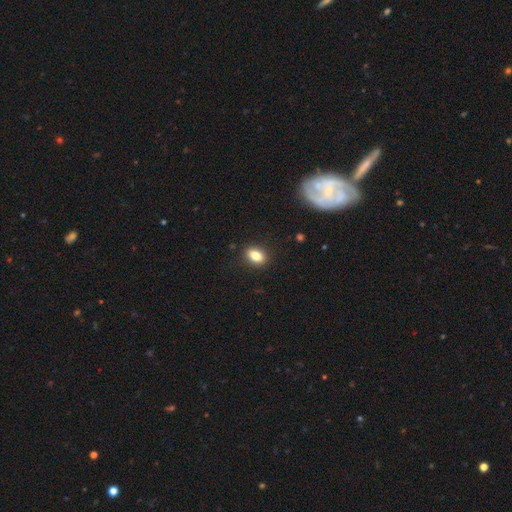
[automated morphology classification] Smooth or featured? smooth (83%)
How rounded? in between (81%)
Merging? none (88%)